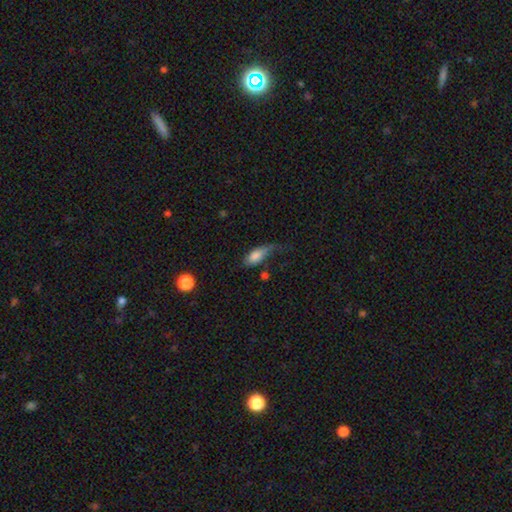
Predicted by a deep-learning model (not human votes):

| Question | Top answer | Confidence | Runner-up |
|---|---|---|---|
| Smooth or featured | smooth | 77% | featured or disk (15%) |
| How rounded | in between | 81% | cigar-shaped (14%) |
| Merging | major disturbance | 34% | minor disturbance (32%) |